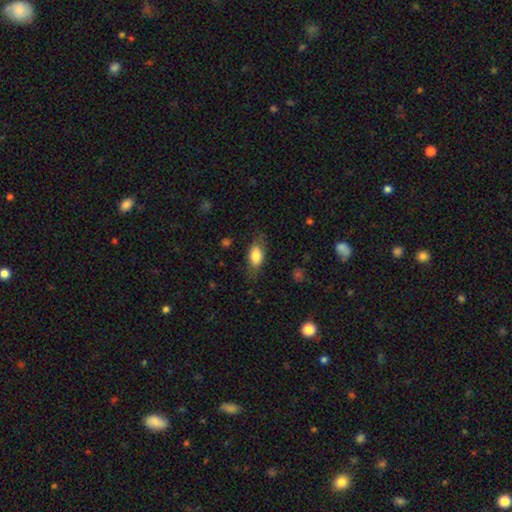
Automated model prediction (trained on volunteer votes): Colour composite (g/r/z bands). It shows a smooth galaxy with no disk features (80%) that is in between round and cigar-shaped (86%). Merging: none (75%).